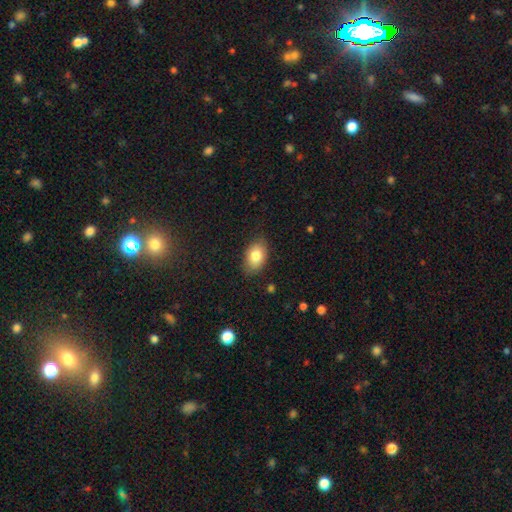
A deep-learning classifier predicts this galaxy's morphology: This appears to be a smooth galaxy with no disk features (80%) that is in between round and cigar-shaped (86%). Merging: none (80%).